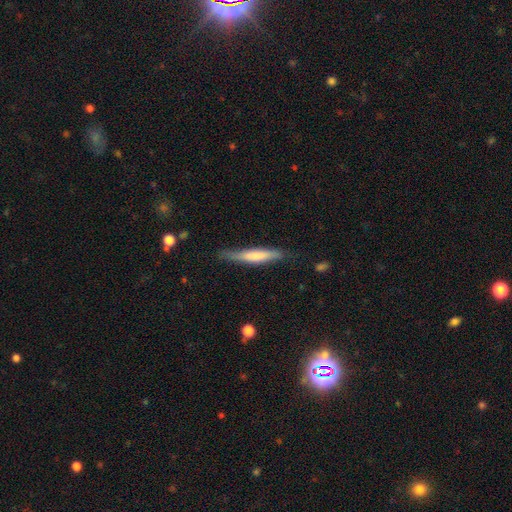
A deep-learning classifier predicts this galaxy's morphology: Smooth or featured? smooth (62%)
How rounded? cigar-shaped (91%)
Merging? none (77%)